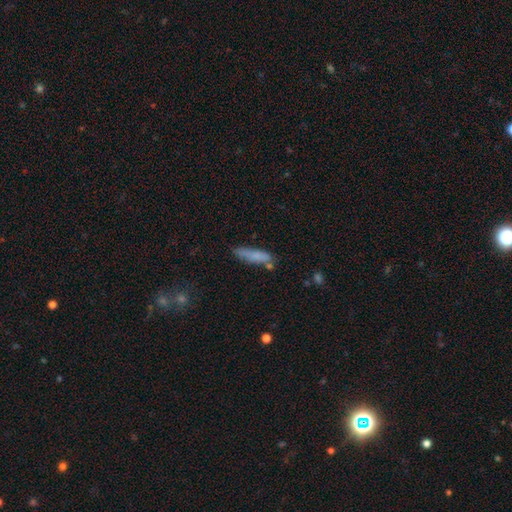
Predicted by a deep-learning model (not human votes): A smooth galaxy with no disk features (75%) that is cigar-shaped (73%).

Vote fractions:
- Smooth or featured? smooth: 75% / featured or disk: 17% / star or artifact: 7%
- How rounded? cigar-shaped: 73% / in between: 25% / round: 2%
- Merging? none: 63% / minor disturbance: 23% / merger: 9% / major disturbance: 6%